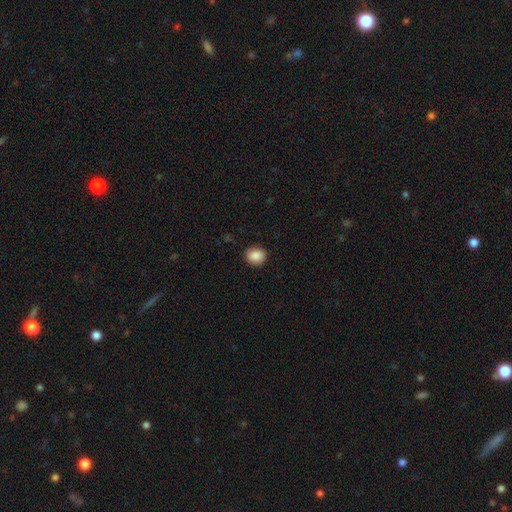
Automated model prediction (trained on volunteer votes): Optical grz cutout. It shows a smooth galaxy with no disk features (88%) that is round (68%). Merging: none (88%).